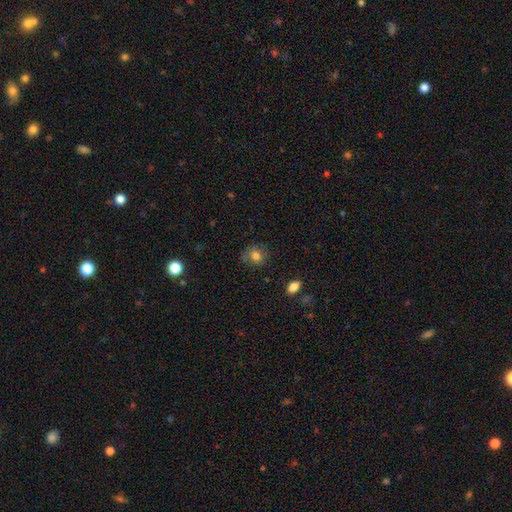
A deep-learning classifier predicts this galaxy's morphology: This is likely a smooth galaxy (78%). How rounded: likely round (70%). Merging: likely none (69%).